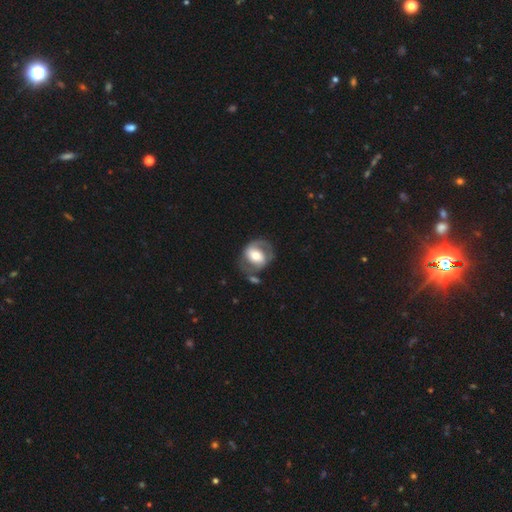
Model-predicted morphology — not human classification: featured or disk 66%, smooth 28%, star or artifact 6%. Down the decision tree: edge-on disk — no (96%); bar — no (36%); spiral arms — yes (71%); bulge size — moderate (64%); merging — none (60%).